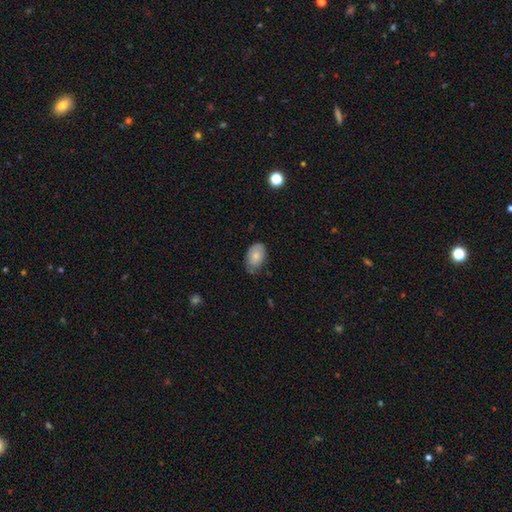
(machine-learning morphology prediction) smooth 77%, featured or disk 16%, star or artifact 7%. Down the decision tree: how rounded — in between (89%); merging — none (63%).